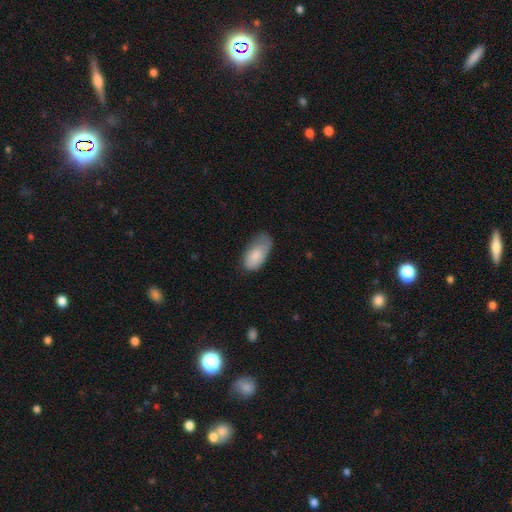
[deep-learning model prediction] A smooth galaxy with no disk features (80%) that is in between round and cigar-shaped (94%).

Vote fractions:
- Smooth or featured? smooth: 80% / featured or disk: 13% / star or artifact: 6%
- How rounded? in between: 94% / round: 3% / cigar-shaped: 2%
- Merging? none: 45% / minor disturbance: 39% / major disturbance: 14% / merger: 2%